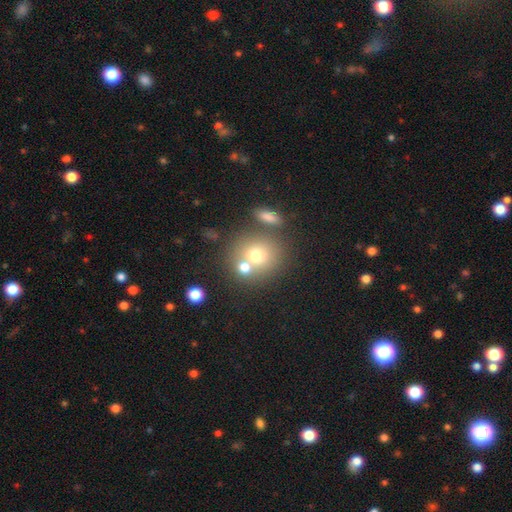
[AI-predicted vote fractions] Smooth or featured?
  - smooth: 69% *
  - featured or disk: 18%
  - star or artifact: 13%
How rounded?
  - round: 83% *
  - in between: 16%
  - cigar-shaped: 1%
Merging?
  - none: 52% *
  - merger: 34%
  - minor disturbance: 9%
  - major disturbance: 4%